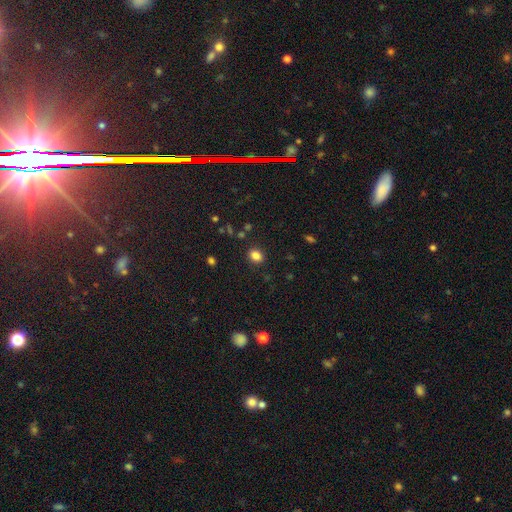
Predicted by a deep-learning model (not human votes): smooth 83%, star or artifact 12%, featured or disk 5%. Down the decision tree: how rounded — in between (52%); merging — none (87%).